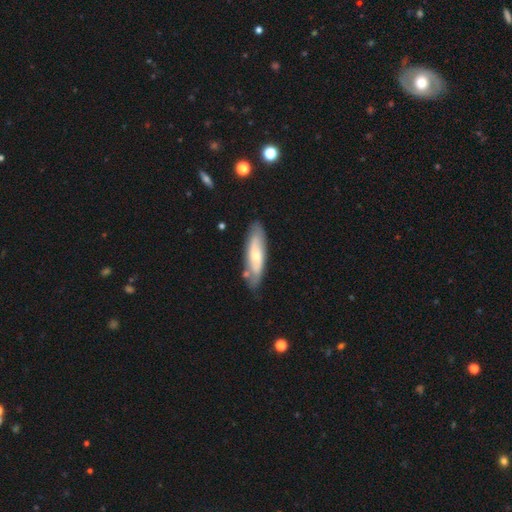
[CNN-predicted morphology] Smooth or featured? smooth (49%)
Merging? none (75%)